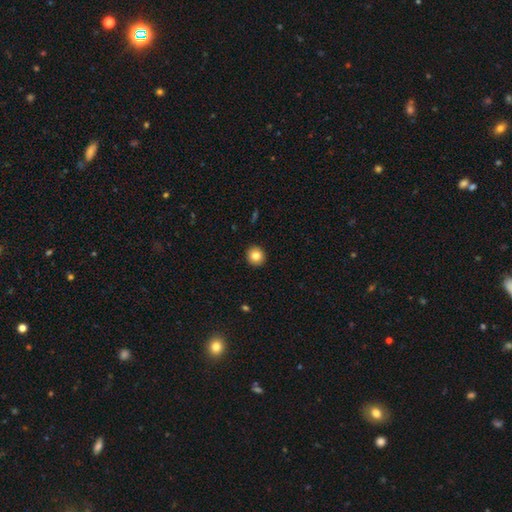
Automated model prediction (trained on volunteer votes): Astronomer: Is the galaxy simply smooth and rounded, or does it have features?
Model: smooth — 82%.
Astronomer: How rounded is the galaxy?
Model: round — 89%.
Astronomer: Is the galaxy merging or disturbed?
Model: none — 93%.